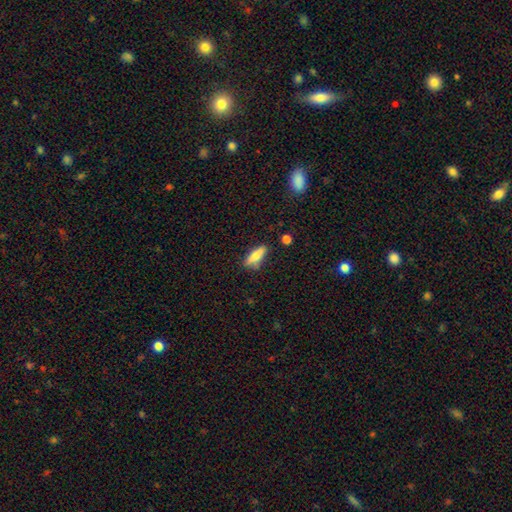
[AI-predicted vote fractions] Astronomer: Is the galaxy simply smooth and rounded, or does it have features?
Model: smooth — 71%.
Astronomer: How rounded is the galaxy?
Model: cigar-shaped — 57% (runner-up: in between, 40%).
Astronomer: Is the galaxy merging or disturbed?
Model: none — 76%.